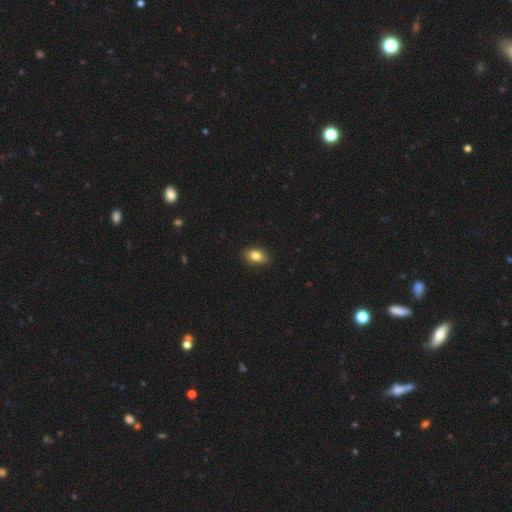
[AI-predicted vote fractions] Overall: smooth (83%). How rounded: in between (80%). Merging: none (88%).